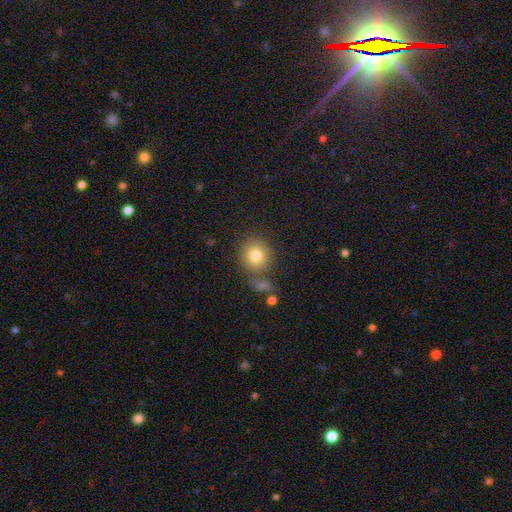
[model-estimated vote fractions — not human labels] A smooth galaxy with no disk features (81%) that is round (88%). Merging: none (71%).